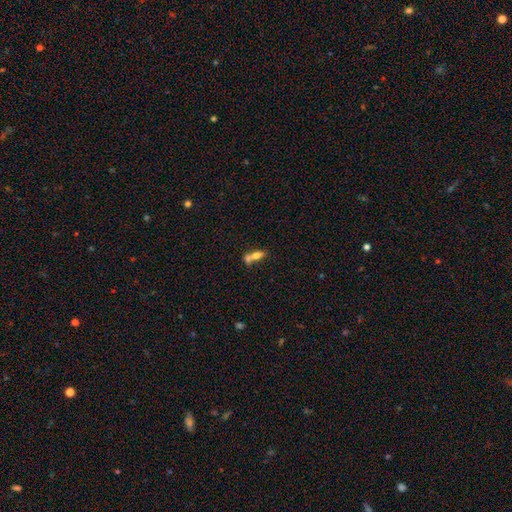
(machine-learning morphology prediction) The model was most divided on "merging": merger: 60%, none: 27%, minor disturbance: 8%, major disturbance: 5%. More confident: how rounded — in between (70%); smooth or featured — smooth (67%).